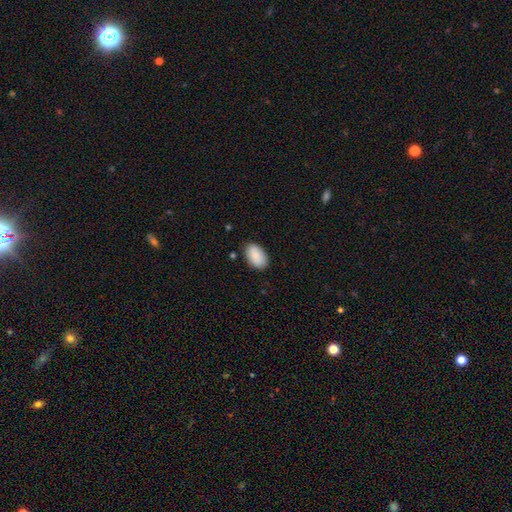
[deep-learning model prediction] This appears to be a smooth galaxy with no disk features (89%) that is in between round and cigar-shaped (93%). Merging: none (84%).